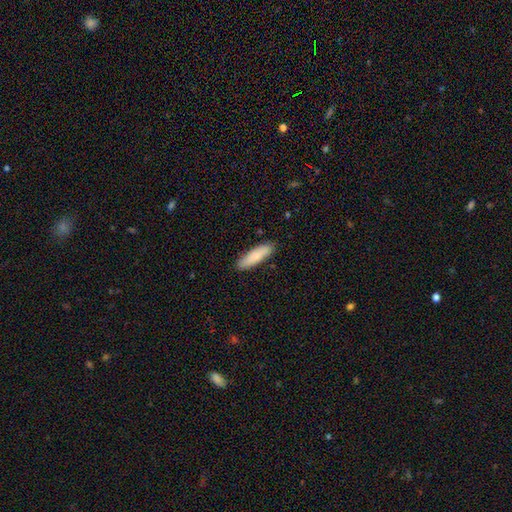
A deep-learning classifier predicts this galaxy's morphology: The model was most divided on "how rounded": cigar-shaped: 63%, in between: 36%, round: 2%. More confident: merging — none (88%); smooth or featured — smooth (83%).